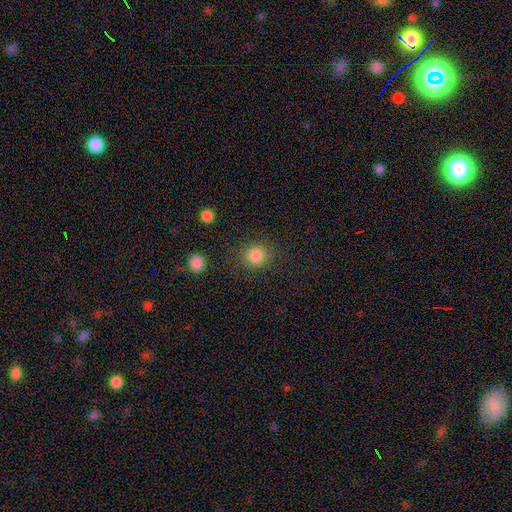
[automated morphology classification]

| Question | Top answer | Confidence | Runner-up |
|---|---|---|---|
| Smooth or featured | smooth | 85% | star or artifact (11%) |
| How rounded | round | 89% | in between (10%) |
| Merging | none | 85% | minor disturbance (8%) |